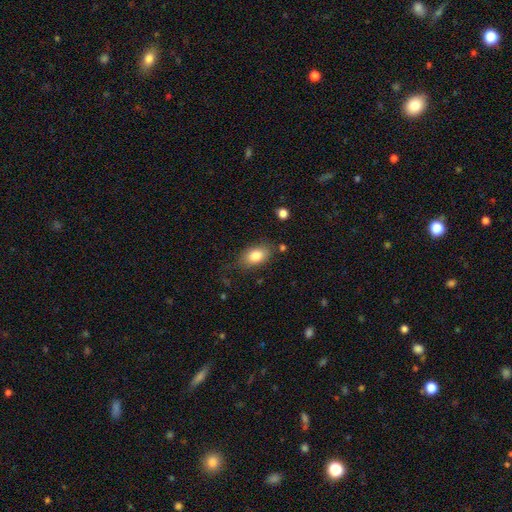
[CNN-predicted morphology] This appears to be a smooth galaxy with no disk features (83%) that is in between round and cigar-shaped (87%). Merging: none (72%).